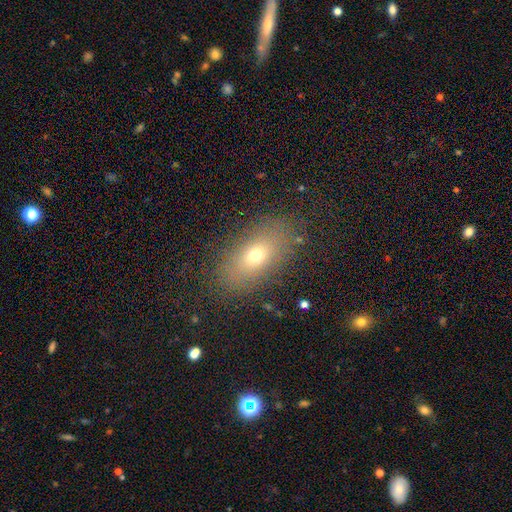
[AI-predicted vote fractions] Q: Smooth or featured?
A: smooth (66%); runner-up: featured or disk (20%)
Q: How rounded?
A: in between (81%); runner-up: cigar-shaped (9%)
Q: Merging?
A: none (82%); runner-up: minor disturbance (11%)